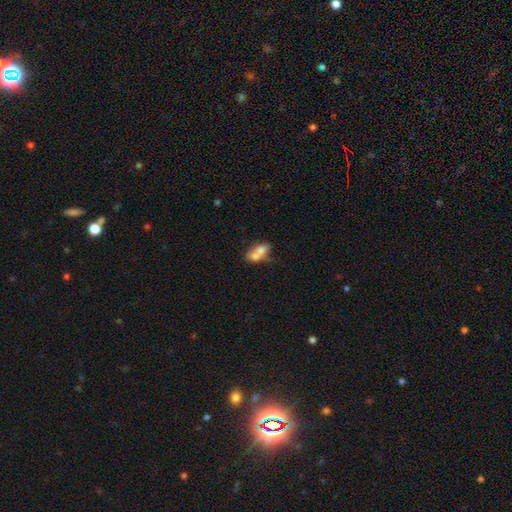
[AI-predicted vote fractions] Smooth or featured? Predicted: smooth (p=0.64). How rounded? Predicted: in between (p=0.70). Merging? Predicted: merger (p=0.68).